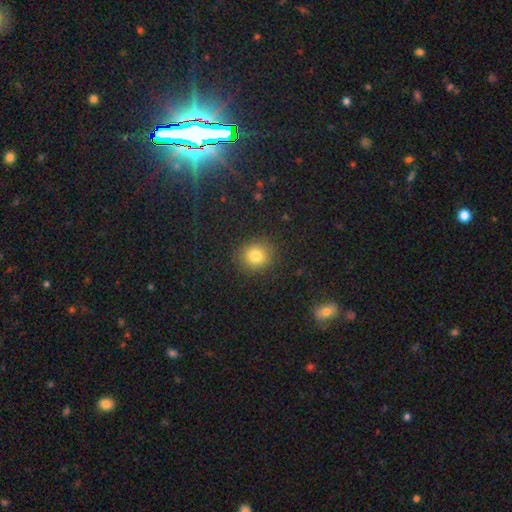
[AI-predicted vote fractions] smooth_or_featured: smooth (p=0.80) [alt: star or artifact p=0.13]
how_rounded: round (p=0.87) [alt: in between p=0.12]
merging: none (p=0.89) [alt: minor disturbance p=0.07]